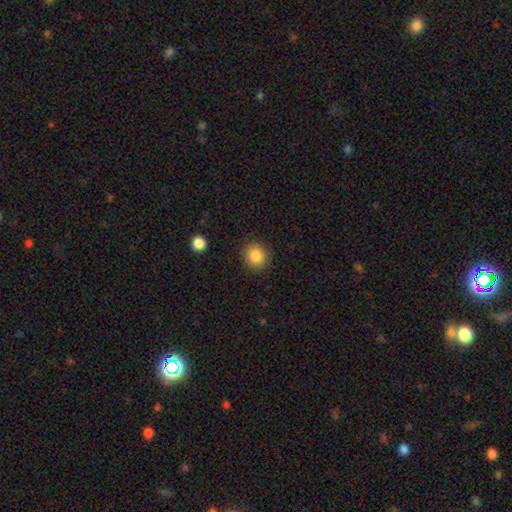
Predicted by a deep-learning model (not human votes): Smooth or featured? Predicted: smooth (p=0.85). How rounded? Predicted: round (p=0.88). Merging? Predicted: none (p=0.90).